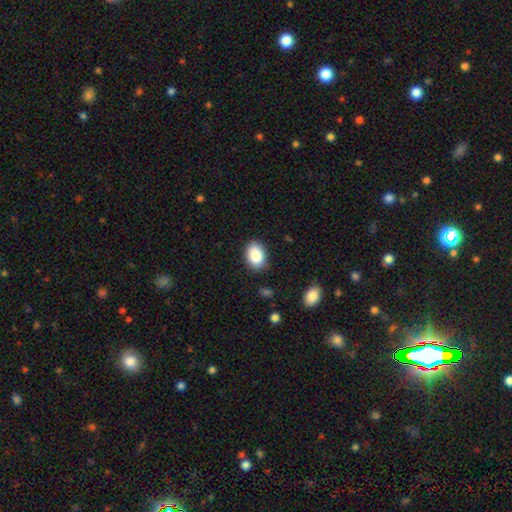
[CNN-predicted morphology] smooth_or_featured: smooth (p=0.87) [alt: star or artifact p=0.08]
how_rounded: in between (p=0.79) [alt: round p=0.20]
merging: none (p=0.85) [alt: minor disturbance p=0.11]